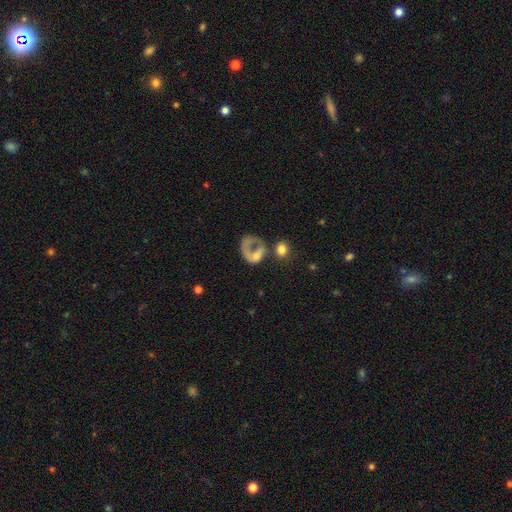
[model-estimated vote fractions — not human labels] A featured or disk galaxy (45%). Merging: major disturbance (34%).